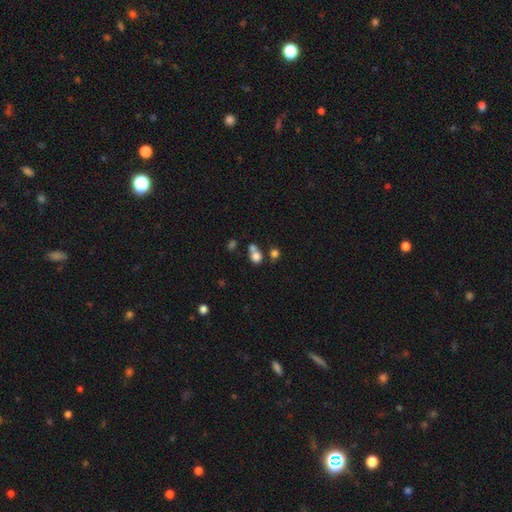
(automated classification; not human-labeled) smooth-or-featured: smooth: 77% | star or artifact: 13% | featured or disk: 10%
  how-rounded: round: 66% | in between: 33% | cigar-shaped: 1%
  merging: merger: 45% | none: 38% | minor disturbance: 10% | major disturbance: 7%